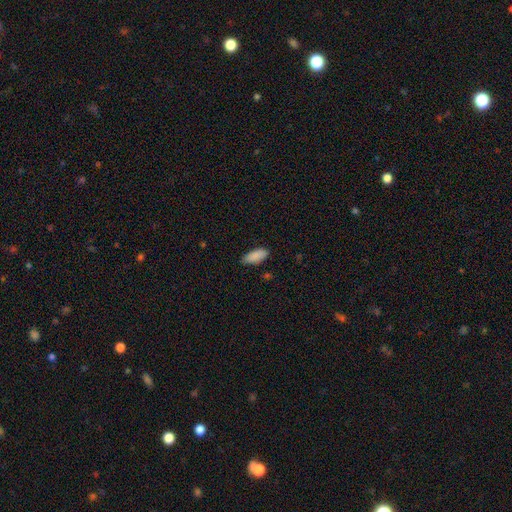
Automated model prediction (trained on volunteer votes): Q: Smooth or featured?
A: smooth (89%); runner-up: star or artifact (6%)
Q: How rounded?
A: in between (84%); runner-up: cigar-shaped (14%)
Q: Merging?
A: none (81%); runner-up: minor disturbance (15%)